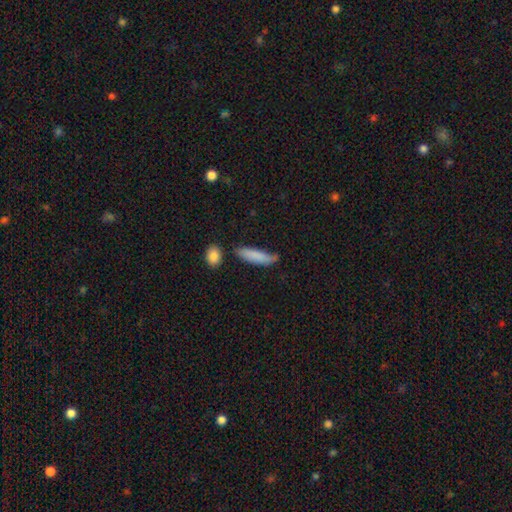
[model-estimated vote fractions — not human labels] smooth 83%, featured or disk 11%, star or artifact 6%. Down the decision tree: how rounded — cigar-shaped (69%); merging — none (64%).